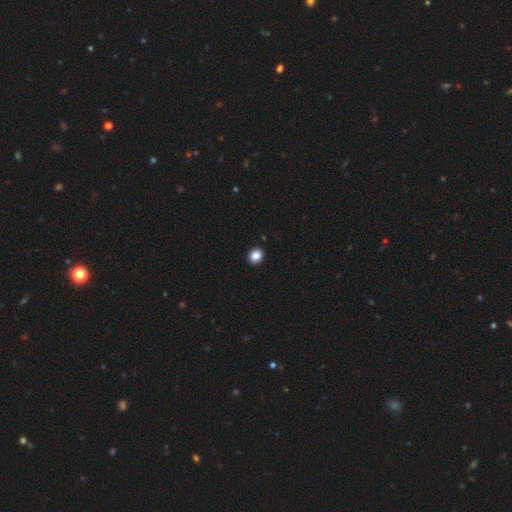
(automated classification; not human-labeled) Morphology: type=smooth (86%); roundness=round (67%); merging=none (92%).